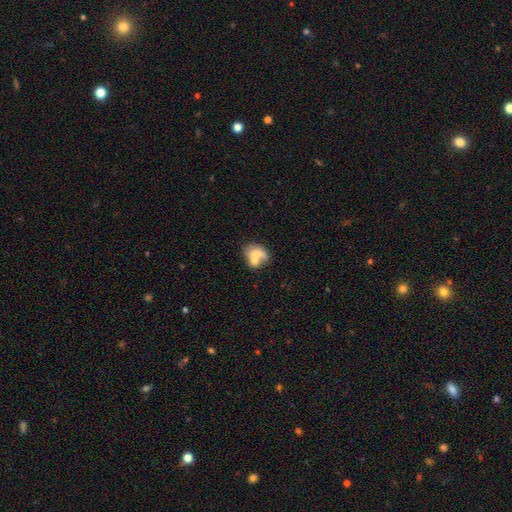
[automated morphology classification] A smooth galaxy with no disk features (63%) that is in between round and cigar-shaped (65%). Merging: merger (56%).